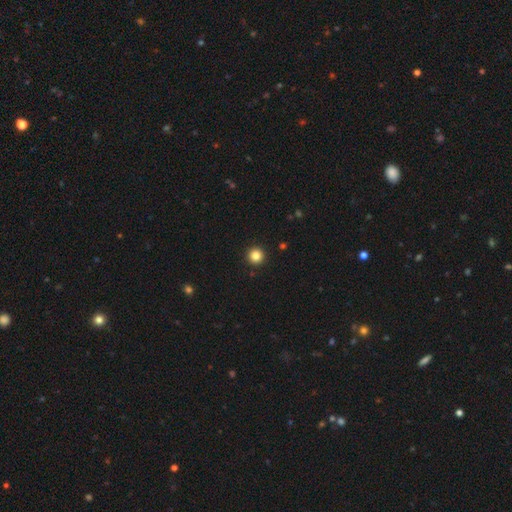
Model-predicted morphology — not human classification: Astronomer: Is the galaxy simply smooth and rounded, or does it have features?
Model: smooth — 85%.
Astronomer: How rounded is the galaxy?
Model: round — 96%.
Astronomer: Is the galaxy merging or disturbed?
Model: none — 94%.